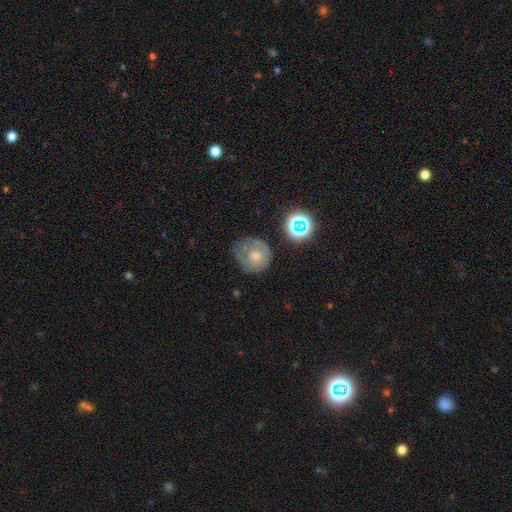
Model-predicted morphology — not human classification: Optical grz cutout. It shows a smooth galaxy with no disk features (49%). Merging: none (53%).